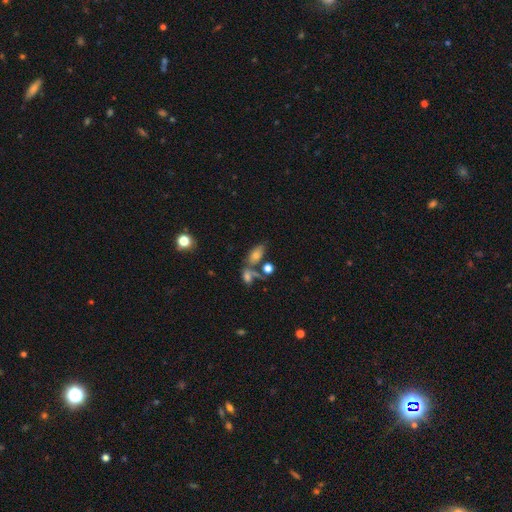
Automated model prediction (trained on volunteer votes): This appears to be a smooth galaxy with no disk features (62%) that is in between round and cigar-shaped (83%). Merging: none (47%).